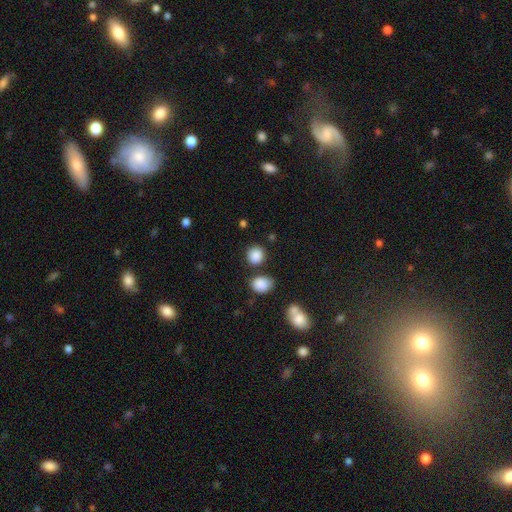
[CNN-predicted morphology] smooth-or-featured: smooth: 87% | star or artifact: 9% | featured or disk: 4%
  how-rounded: round: 83% | in between: 16% | cigar-shaped: 1%
  merging: none: 78% | minor disturbance: 10% | merger: 9% | major disturbance: 3%